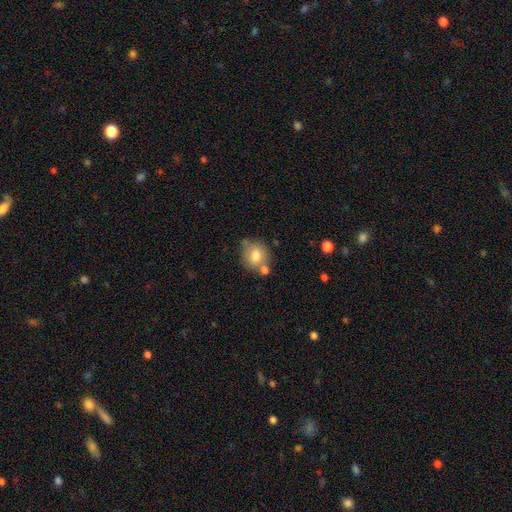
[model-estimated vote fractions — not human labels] The model was most divided on "merging": none: 59%, minor disturbance: 19%, merger: 18%, major disturbance: 5%. More confident: smooth or featured — smooth (75%); how rounded — round (72%).